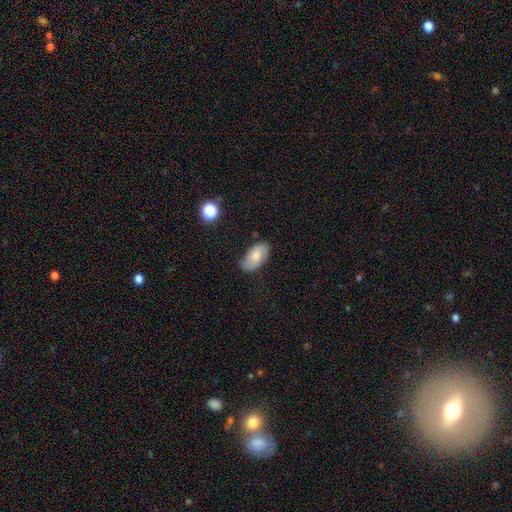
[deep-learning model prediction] Smooth or featured? Predicted: smooth (p=0.67). How rounded? Predicted: in between (p=0.94). Merging? Predicted: none (p=0.70).